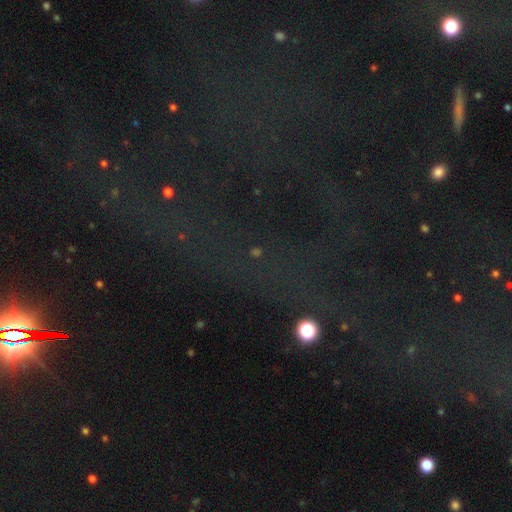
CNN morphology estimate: The model was most divided on "smooth or featured": star or artifact: 74%, smooth: 14%, featured or disk: 12%.